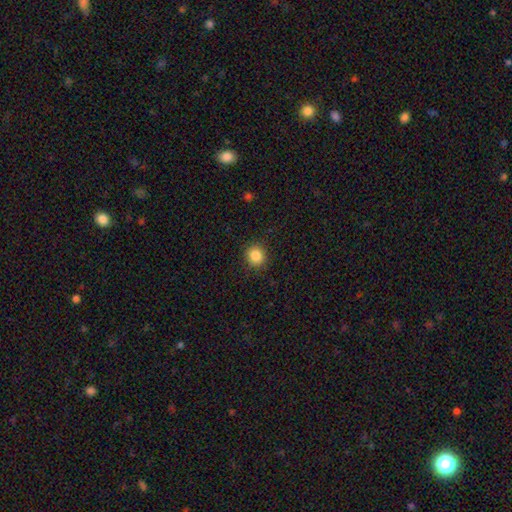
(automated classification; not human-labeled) The model was most divided on "smooth or featured": smooth: 86%, star or artifact: 10%, featured or disk: 4%. More confident: merging — none (89%); how rounded — round (89%).